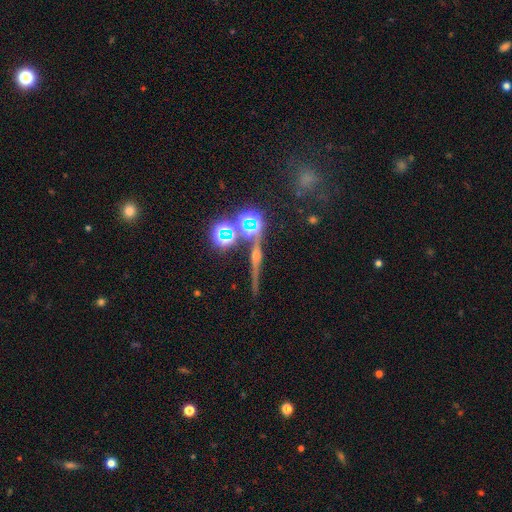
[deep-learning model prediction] This is possibly a featured or disk galaxy (49%). Merging: likely none (78%).